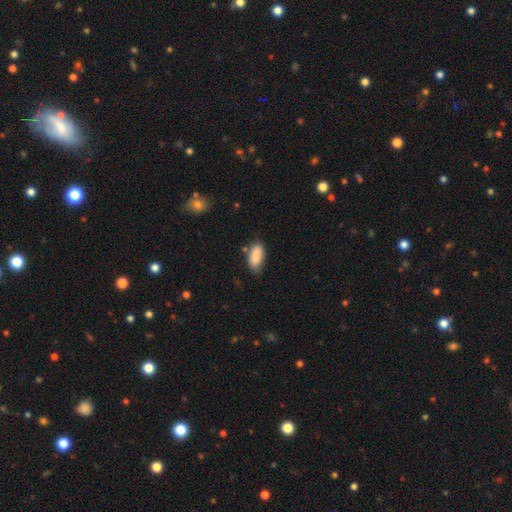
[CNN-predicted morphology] Smooth or featured: smooth — 87% (star or artifact — 7%)
How rounded: in between — 90% (cigar-shaped — 8%)
Merging: none — 69% (minor disturbance — 23%)